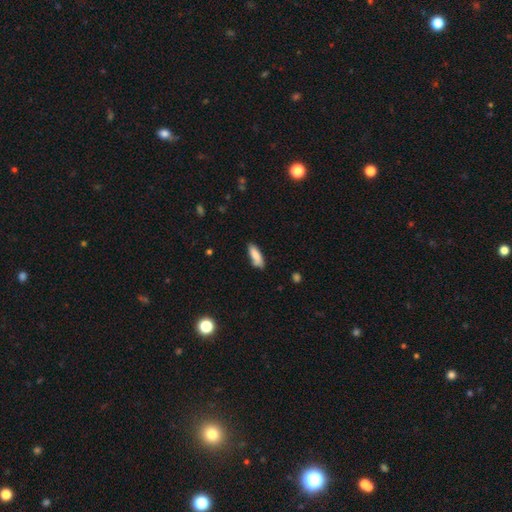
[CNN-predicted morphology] Smooth or featured: smooth — 83% (featured or disk — 10%)
How rounded: in between — 54% (cigar-shaped — 44%)
Merging: none — 73% (minor disturbance — 20%)